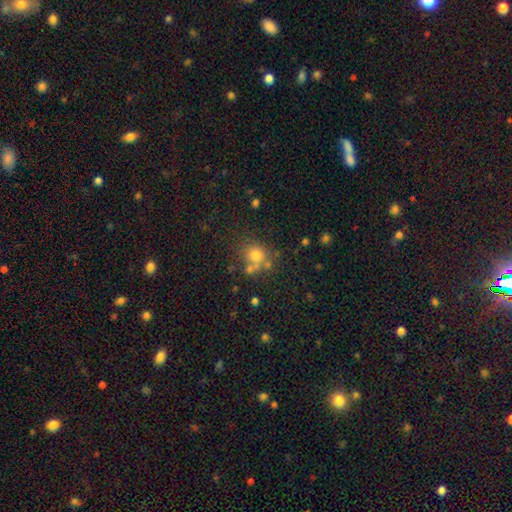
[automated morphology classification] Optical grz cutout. It shows a smooth galaxy with no disk features (71%) that is round (83%). Merging: none (55%).